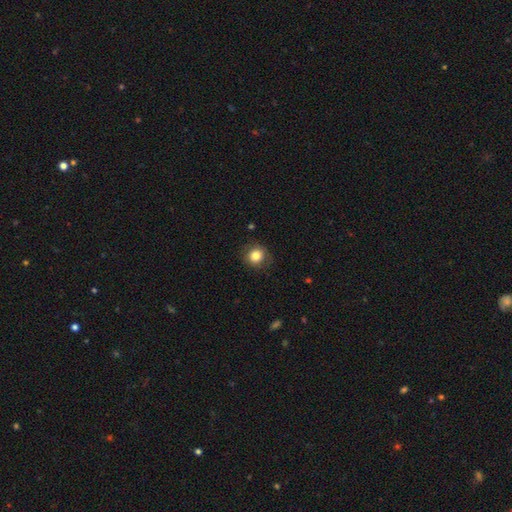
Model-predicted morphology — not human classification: Smooth or featured? smooth (82%)
How rounded? round (87%)
Merging? none (85%)